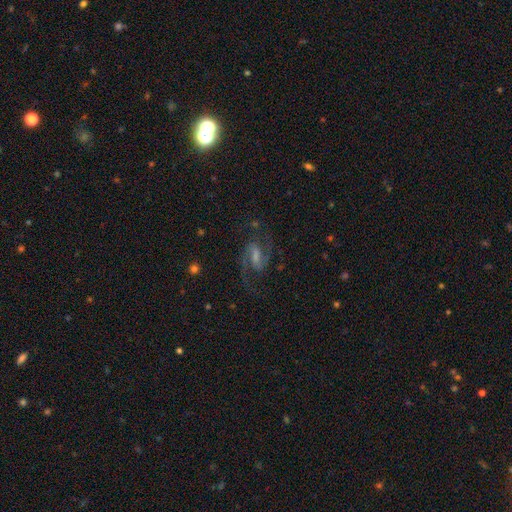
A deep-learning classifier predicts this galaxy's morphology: Smooth or featured?
  - featured or disk: 84% *
  - star or artifact: 9%
  - smooth: 7%
Edge-on disk?
  - no: 97% *
  - yes: 3%
Bar?
  - weak: 51% *
  - strong: 34%
  - no: 15%
Spiral arms?
  - yes: 97% *
  - no: 3%
Spiral winding?
  - medium: 60% *
  - loose: 25%
  - tight: 15%
Spiral arm count?
  - 2: 92% *
  - can't tell: 3%
  - 3: 2%
  - 1: 2%
  - 4: 1%
  - more than 4: 1%
Bulge size?
  - small: 38% *
  - moderate: 32%
  - none: 20%
  - large: 8%
  - dominant: 2%
Merging?
  - none: 77% *
  - minor disturbance: 12%
  - major disturbance: 9%
  - merger: 2%